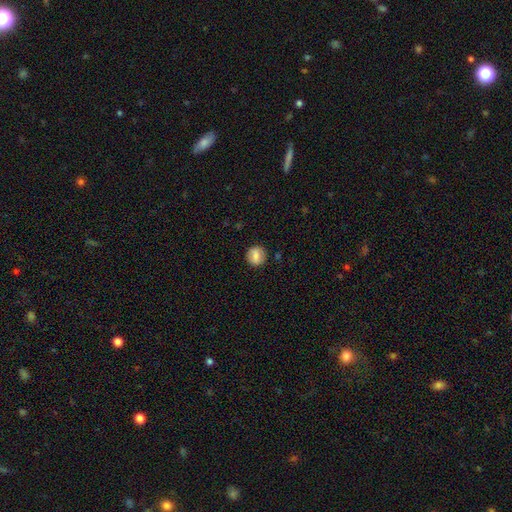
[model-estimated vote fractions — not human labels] Q: Smooth or featured?
A: smooth (78%); runner-up: featured or disk (14%)
Q: How rounded?
A: round (81%); runner-up: in between (17%)
Q: Merging?
A: none (86%); runner-up: minor disturbance (10%)